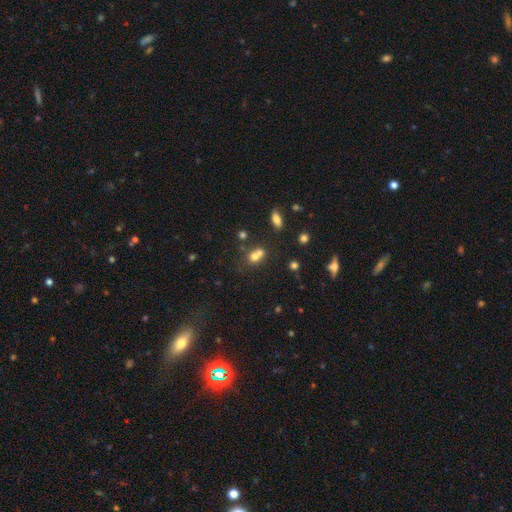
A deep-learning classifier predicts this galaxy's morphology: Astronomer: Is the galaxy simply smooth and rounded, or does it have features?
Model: smooth — 67%.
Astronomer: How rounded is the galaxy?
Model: round — 63%.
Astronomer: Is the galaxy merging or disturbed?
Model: merger — 55% (runner-up: none, 32%).